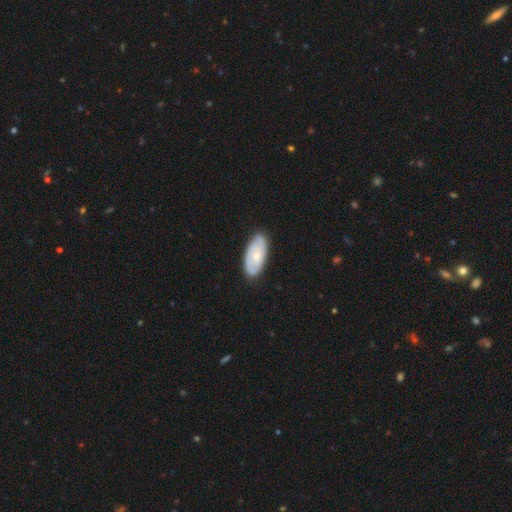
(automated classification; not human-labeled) This is likely a featured or disk galaxy (61%). It is clearly not viewed edge-on (92%). Bar: likely no (79%). Spiral arm pattern: likely yes (77%). Central bulge: possibly small (58%). Merging: clearly none (81%).